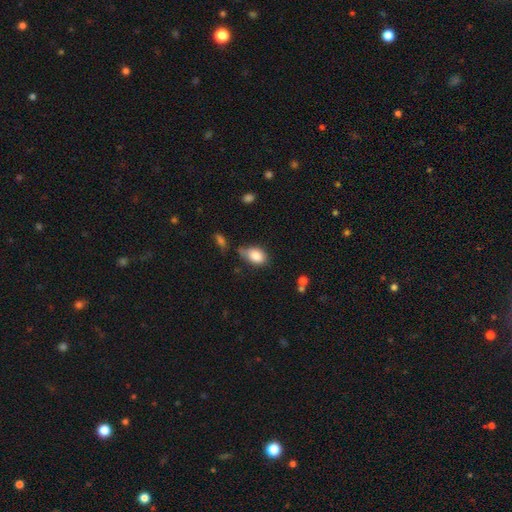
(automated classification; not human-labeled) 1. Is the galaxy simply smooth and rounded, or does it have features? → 84% smooth, 8% featured or disk, 8% star or artifact.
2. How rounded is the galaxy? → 85% in between, 14% round, 2% cigar-shaped.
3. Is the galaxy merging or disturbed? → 48% none, 35% minor disturbance, 10% major disturbance, 8% merger.